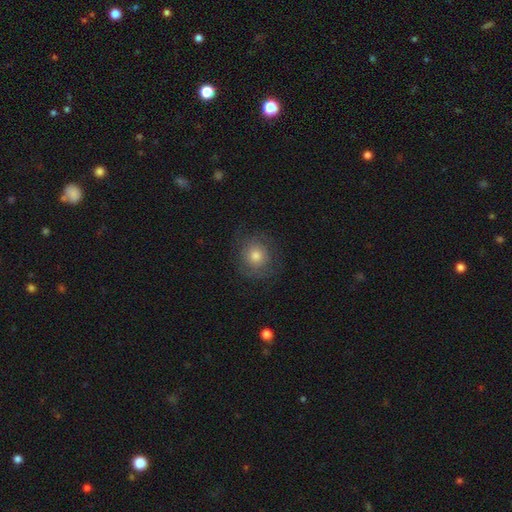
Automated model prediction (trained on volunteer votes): Smooth or featured? Predicted: smooth (p=0.56). How rounded? Predicted: round (p=0.89). Merging? Predicted: none (p=0.77).